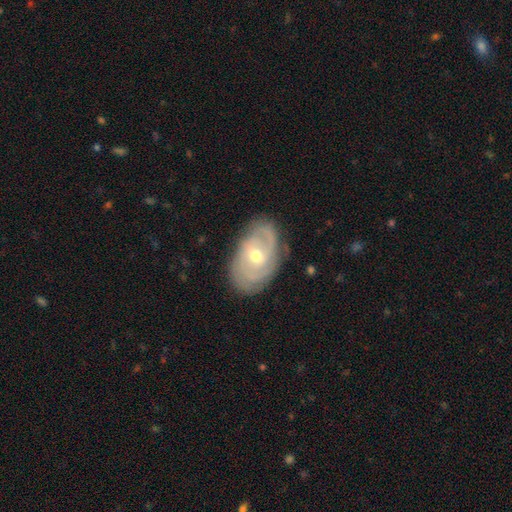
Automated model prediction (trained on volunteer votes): A featured or disk galaxy (81%) with no bar (59%), 2 (37%) tight (65%) spiral arms (92%) and a moderate central bulge (60%).

Vote fractions:
- Smooth or featured? featured or disk: 81% / smooth: 13% / star or artifact: 5%
- Edge-on disk? no: 95% / yes: 5%
- Bar? no: 59% / weak: 34% / strong: 7%
- Spiral arms? yes: 92% / no: 8%
- Spiral winding? tight: 65% / medium: 28% / loose: 8%
- Spiral arm count? 2: 37% / can't tell: 31% / 3: 18% / 4: 5% / 1: 5% / more than 4: 4%
- Bulge size? moderate: 60% / small: 36% / large: 2% / none: 1% / dominant: 1%
- Merging? none: 79% / minor disturbance: 16% / major disturbance: 4% / merger: 1%